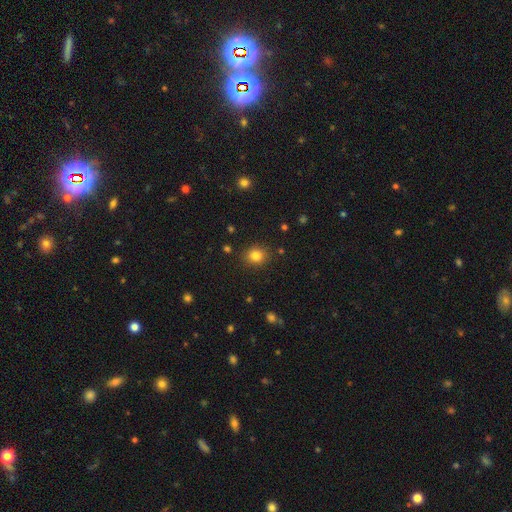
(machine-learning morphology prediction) Smooth or featured?
  - smooth: 82% *
  - star or artifact: 12%
  - featured or disk: 6%
How rounded?
  - round: 73% *
  - in between: 26%
  - cigar-shaped: 1%
Merging?
  - none: 88% *
  - minor disturbance: 8%
  - major disturbance: 2%
  - merger: 2%